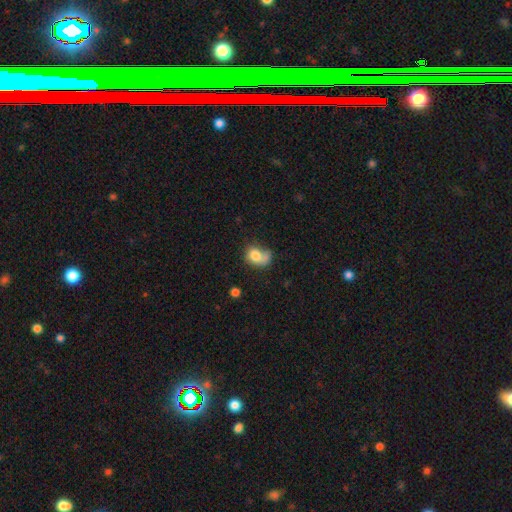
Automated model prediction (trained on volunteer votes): smooth-or-featured: smooth: 74% | featured or disk: 18% | star or artifact: 9%
  how-rounded: in between: 56% | round: 43% | cigar-shaped: 1%
  merging: none: 34% | minor disturbance: 24% | major disturbance: 24% | merger: 18%